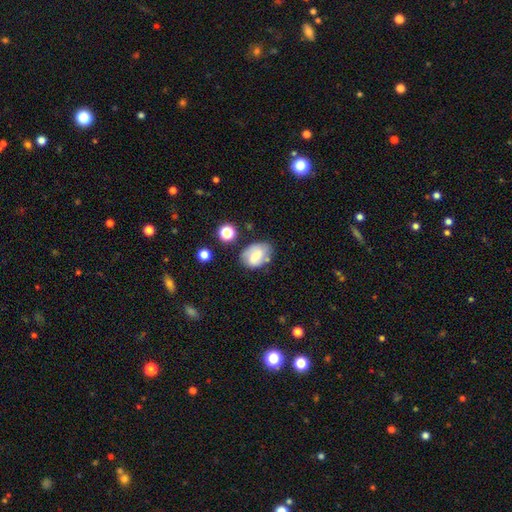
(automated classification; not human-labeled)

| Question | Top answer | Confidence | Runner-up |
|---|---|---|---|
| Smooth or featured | smooth | 67% | featured or disk (23%) |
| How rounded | in between | 75% | round (24%) |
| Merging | none | 56% | minor disturbance (27%) |